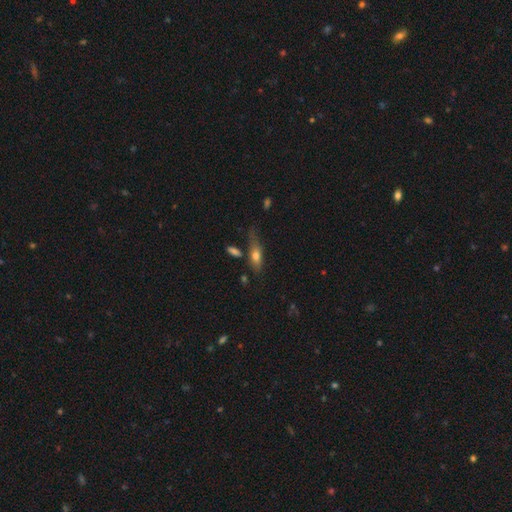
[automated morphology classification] Smooth or featured: smooth — 64% (featured or disk — 27%)
How rounded: in between — 57% (cigar-shaped — 39%)
Merging: none — 53% (minor disturbance — 26%)